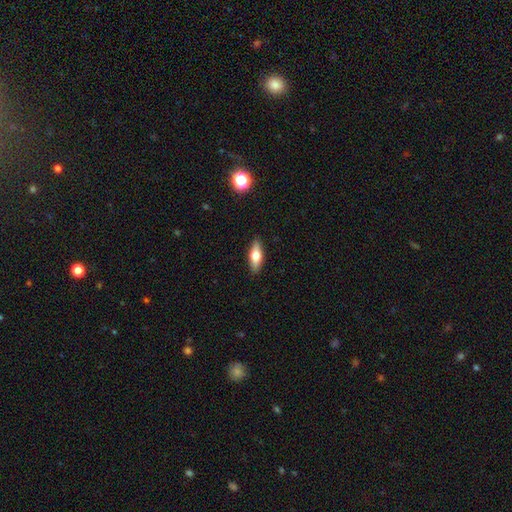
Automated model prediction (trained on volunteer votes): Morphology: type=smooth (61%); roundness=in between (62%); merging=none (89%).